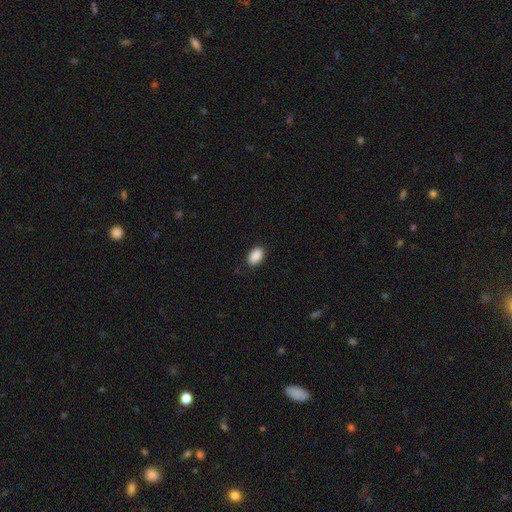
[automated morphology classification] type=smooth (90%); roundness=in between (91%); merging=none (86%).